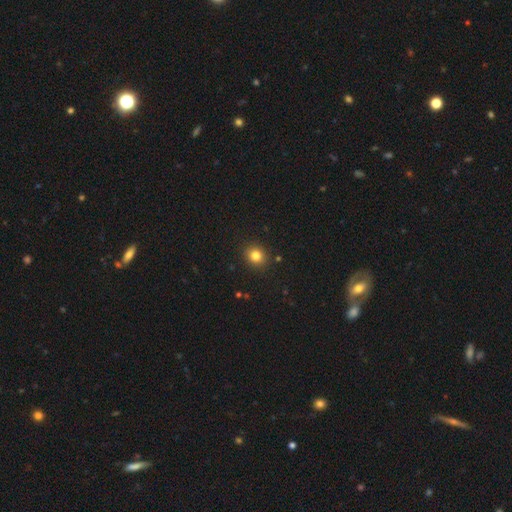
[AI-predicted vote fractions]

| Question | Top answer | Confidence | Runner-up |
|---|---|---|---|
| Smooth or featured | smooth | 81% | star or artifact (13%) |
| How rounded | round | 81% | in between (19%) |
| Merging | none | 90% | minor disturbance (7%) |